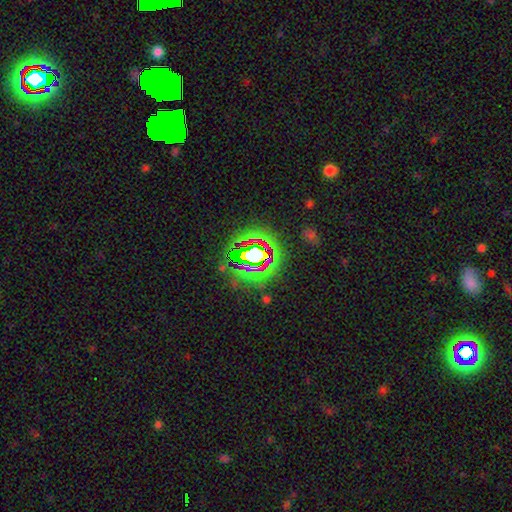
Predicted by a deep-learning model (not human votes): A star or artifact, not a galaxy (69%).

Vote fractions:
- Smooth or featured? star or artifact: 69% / smooth: 17% / featured or disk: 14%